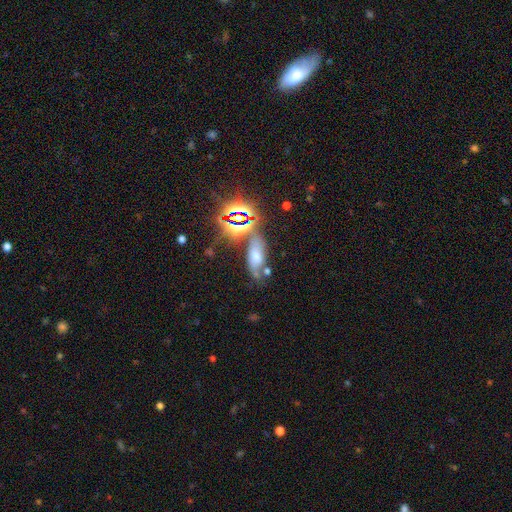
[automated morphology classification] type=smooth (46%); merging=none (53%).